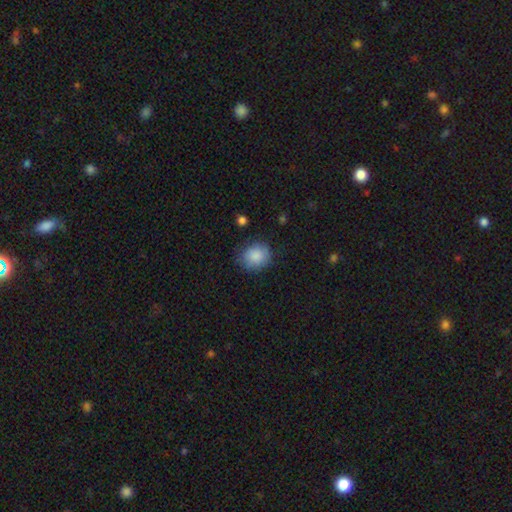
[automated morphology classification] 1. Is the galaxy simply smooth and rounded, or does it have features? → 87% smooth, 7% star or artifact, 5% featured or disk.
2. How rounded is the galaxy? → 65% round, 34% in between, 1% cigar-shaped.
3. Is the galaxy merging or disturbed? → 79% none, 16% minor disturbance, 4% major disturbance, 1% merger.